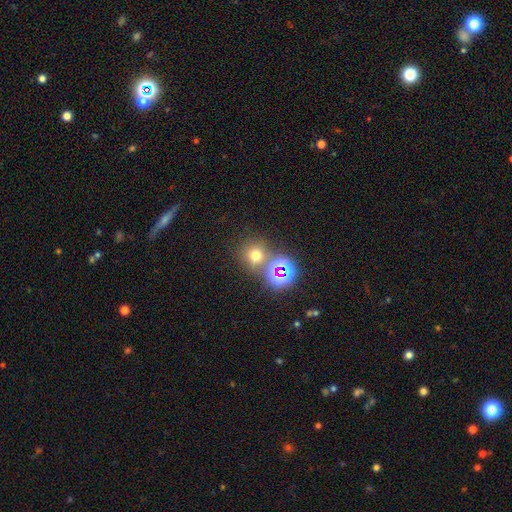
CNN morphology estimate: A smooth galaxy with no disk features (61%) that is round (91%).

Vote fractions:
- Smooth or featured? smooth: 61% / star or artifact: 30% / featured or disk: 8%
- How rounded? round: 91% / in between: 8% / cigar-shaped: 1%
- Merging? none: 72% / merger: 16% / minor disturbance: 8% / major disturbance: 4%